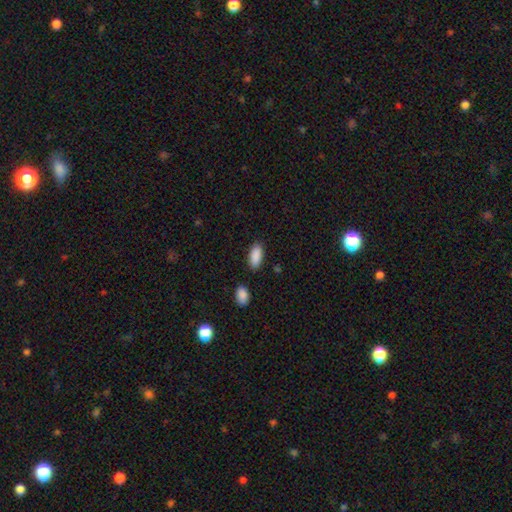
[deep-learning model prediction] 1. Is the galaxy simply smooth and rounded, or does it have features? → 90% smooth, 6% star or artifact, 4% featured or disk.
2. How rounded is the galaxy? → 87% in between, 11% cigar-shaped, 2% round.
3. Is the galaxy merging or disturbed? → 83% none, 10% minor disturbance, 3% merger, 3% major disturbance.